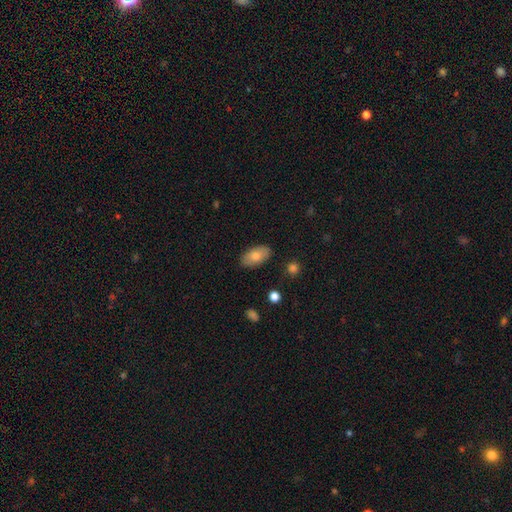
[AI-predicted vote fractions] Q: Smooth or featured?
A: smooth (77%); runner-up: featured or disk (16%)
Q: How rounded?
A: in between (94%); runner-up: round (4%)
Q: Merging?
A: none (86%); runner-up: minor disturbance (11%)